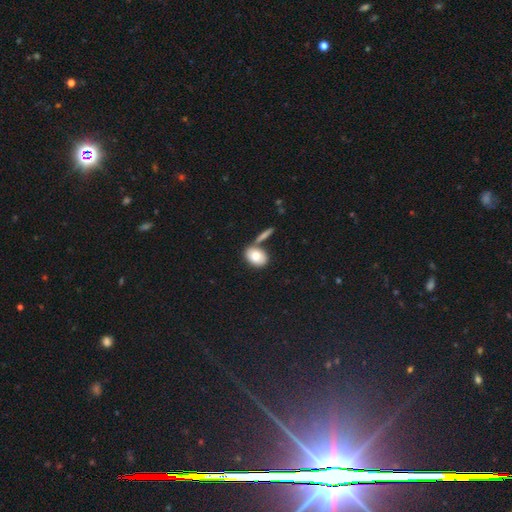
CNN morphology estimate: Smooth or featured?
  - smooth: 74% *
  - featured or disk: 19%
  - star or artifact: 8%
How rounded?
  - in between: 77% *
  - round: 21%
  - cigar-shaped: 2%
Merging?
  - none: 63% *
  - merger: 21%
  - minor disturbance: 13%
  - major disturbance: 4%